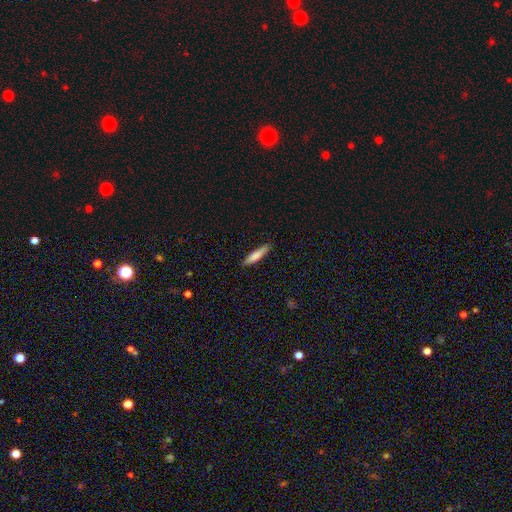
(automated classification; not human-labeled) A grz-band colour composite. It shows a smooth galaxy with no disk features (79%) that is cigar-shaped (83%). Merging: none (86%).